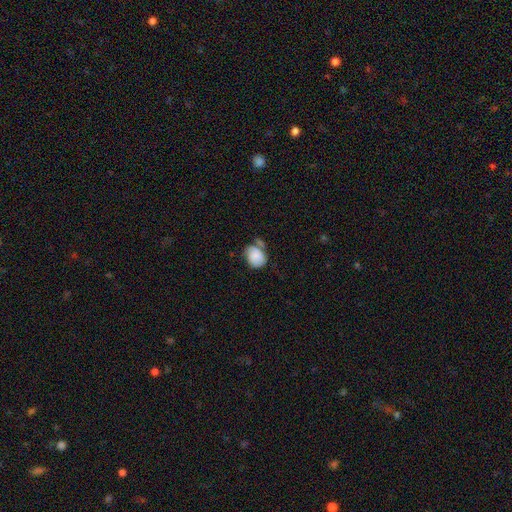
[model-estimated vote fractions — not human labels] Smooth or featured? smooth (80%)
How rounded? in between (57%)
Merging? none (44%)